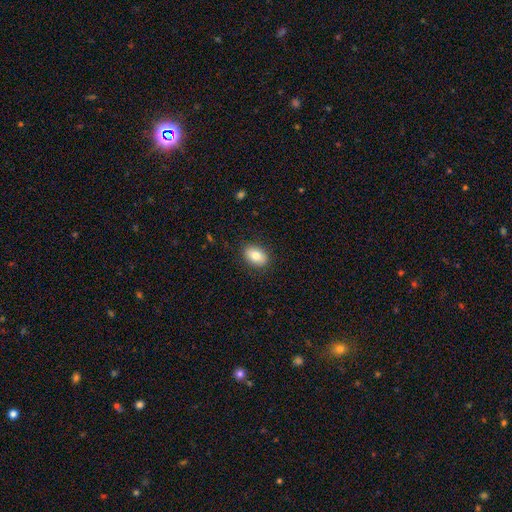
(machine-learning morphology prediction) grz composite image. It shows a smooth galaxy with no disk features (79%) that is in between round and cigar-shaped (86%). Merging: none (87%).